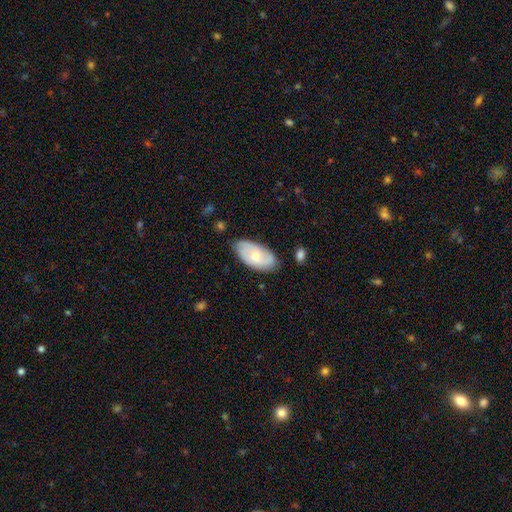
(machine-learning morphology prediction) smooth-or-featured: featured or disk: 48% | smooth: 46% | star or artifact: 6%
  merging: none: 73% | minor disturbance: 21% | major disturbance: 4% | merger: 2%